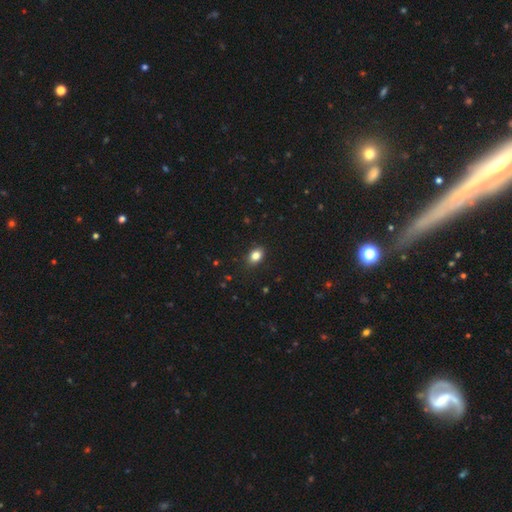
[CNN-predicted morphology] smooth-or-featured: smooth: 84% | star or artifact: 10% | featured or disk: 6%
  how-rounded: in between: 78% | round: 21% | cigar-shaped: 1%
  merging: none: 87% | minor disturbance: 9% | major disturbance: 2% | merger: 1%